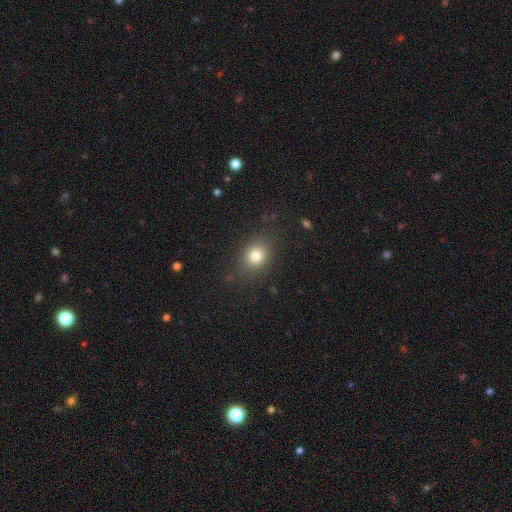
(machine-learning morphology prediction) Overall: smooth (79%). How rounded: round (60%; in between 39%). Merging: none (80%).